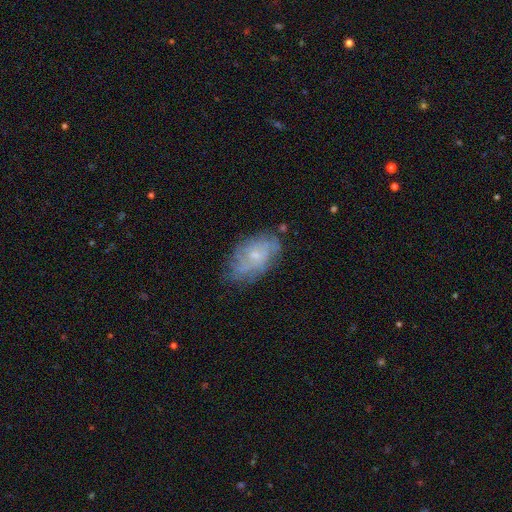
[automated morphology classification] A featured or disk galaxy (59%) with no bar (76%), spiral arms (71%) and a small central bulge (67%).

Vote fractions:
- Smooth or featured? featured or disk: 59% / smooth: 33% / star or artifact: 9%
- Edge-on disk? no: 95% / yes: 5%
- Bar? no: 76% / weak: 21% / strong: 3%
- Spiral arms? yes: 71% / no: 29%
- Bulge size? small: 67% / moderate: 25% / none: 6% / large: 1% / dominant: 1%
- Merging? none: 65% / minor disturbance: 24% / major disturbance: 9% / merger: 2%